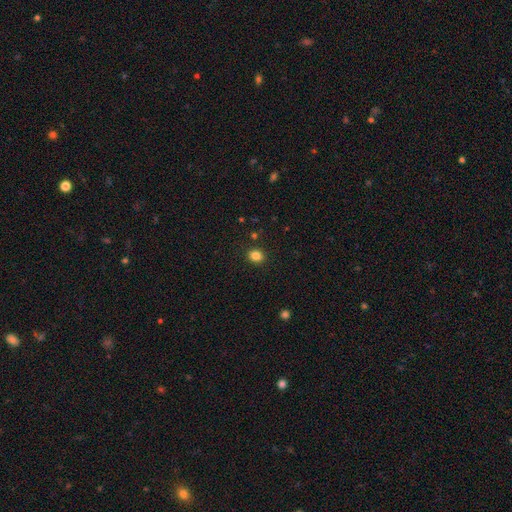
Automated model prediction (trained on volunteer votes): Overall: smooth (84%). How rounded: round (67%; in between 33%). Merging: none (90%).